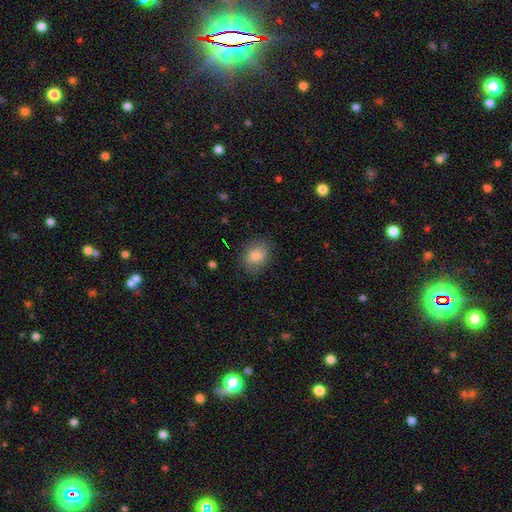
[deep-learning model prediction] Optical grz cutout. It shows a smooth galaxy with no disk features (84%) that is in between round and cigar-shaped (65%). Merging: none (82%).